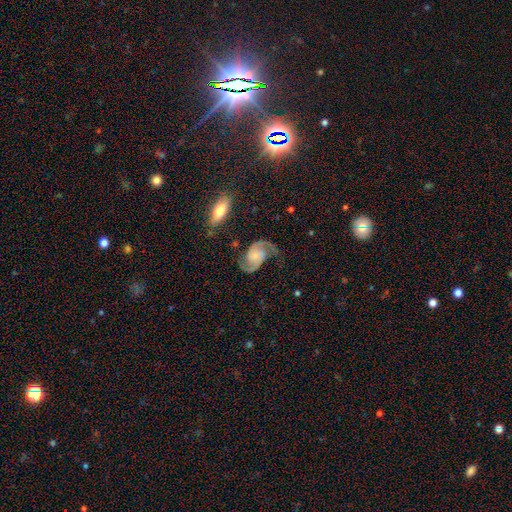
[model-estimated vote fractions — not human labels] Smooth or featured: featured or disk — 90% (smooth — 5%)
Edge-on disk: no — 98% (yes — 2%)
Bar: no — 62% (weak — 29%)
Spiral arms: yes — 98% (no — 2%)
Spiral winding: medium — 54% (loose — 27%)
Spiral arm count: 2 — 94% (can't tell — 2%)
Bulge size: small — 49% (none — 22%)
Merging: none — 73% (minor disturbance — 16%)